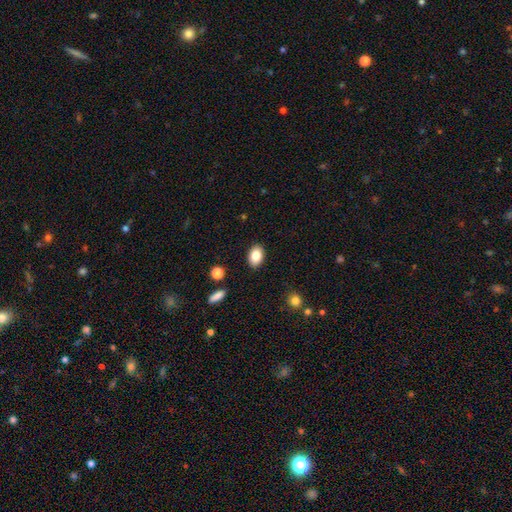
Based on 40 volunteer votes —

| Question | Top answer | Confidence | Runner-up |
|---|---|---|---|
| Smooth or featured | smooth | 90% | featured or disk (8%) |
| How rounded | in between | 86% | round (14%) |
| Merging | none | 79% | minor disturbance (13%) |